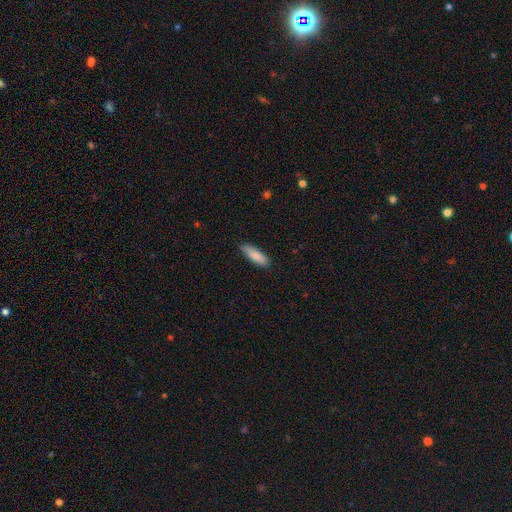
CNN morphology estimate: Smooth or featured? smooth (84%)
How rounded? in between (50%)
Merging? none (84%)